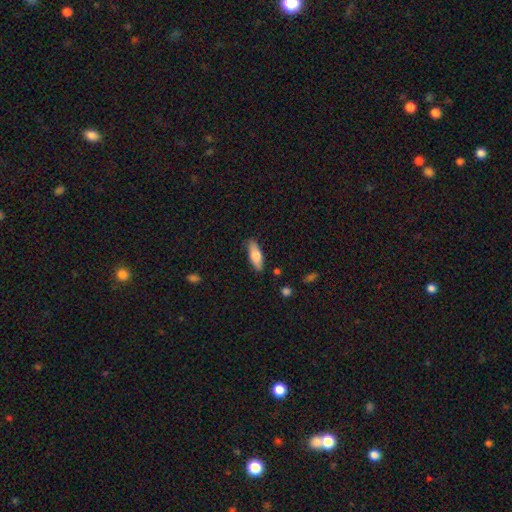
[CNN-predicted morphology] Smooth or featured? Predicted: smooth (p=0.74). How rounded? Predicted: in between (p=0.67). Merging? Predicted: none (p=0.85).